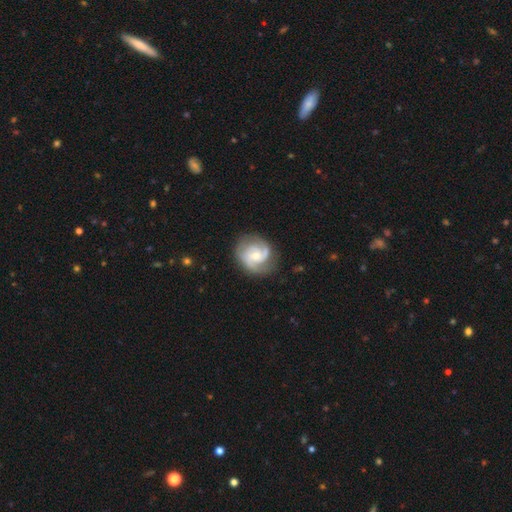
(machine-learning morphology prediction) smooth_or_featured: featured or disk (p=0.83) [alt: smooth p=0.12]
disk_edge_on: no (p=0.98) [alt: yes p=0.02]
bar: no (p=0.62) [alt: weak p=0.32]
has_spiral_arms: yes (p=0.96) [alt: no p=0.04]
spiral_winding: medium (p=0.48) [alt: tight p=0.38]
spiral_arm_count: 2 (p=0.61) [alt: 3 p=0.20]
bulge_size: moderate (p=0.49) [alt: small p=0.46]
merging: none (p=0.76) [alt: minor disturbance p=0.16]